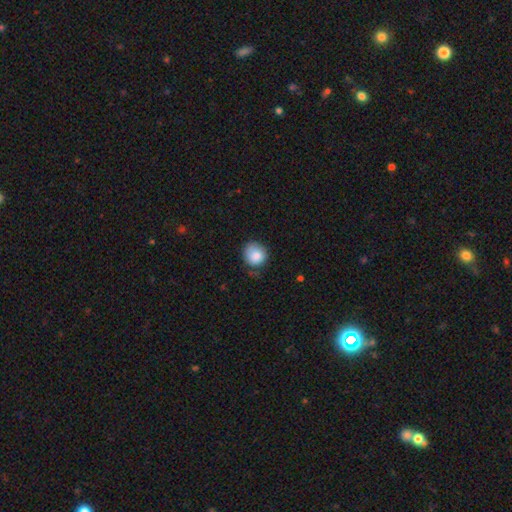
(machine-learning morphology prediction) Smooth or featured?
  - smooth: 85% *
  - star or artifact: 7%
  - featured or disk: 7%
How rounded?
  - round: 85% *
  - in between: 14%
  - cigar-shaped: 1%
Merging?
  - none: 63% *
  - minor disturbance: 28%
  - major disturbance: 7%
  - merger: 2%